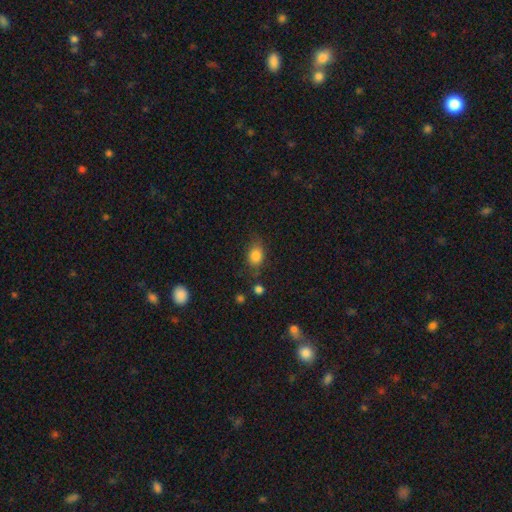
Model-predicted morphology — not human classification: Smooth or featured? smooth (82%)
How rounded? in between (70%)
Merging? none (67%)